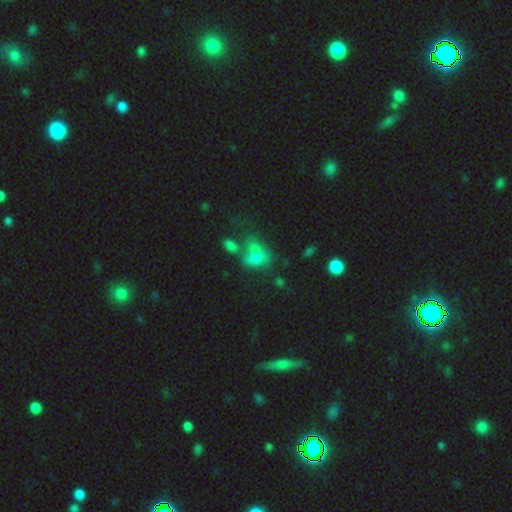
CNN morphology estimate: smooth-or-featured: smooth: 57% | featured or disk: 23% | star or artifact: 20%
  how-rounded: in between: 69% | round: 28% | cigar-shaped: 3%
  merging: merger: 45% | none: 23% | major disturbance: 18% | minor disturbance: 14%